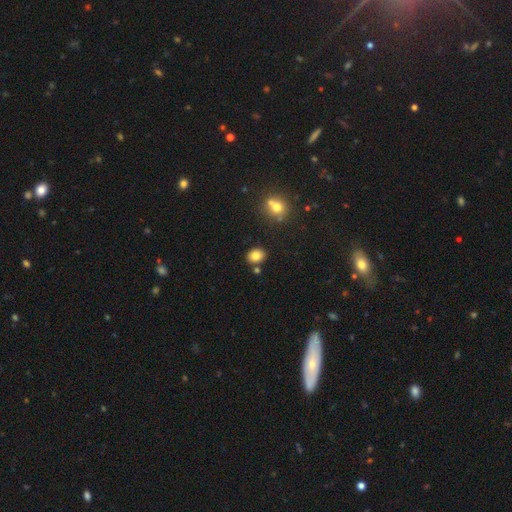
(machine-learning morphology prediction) Smooth or featured? Predicted: smooth (p=0.82). How rounded? Predicted: in between (p=0.50). Merging? Predicted: none (p=0.80).